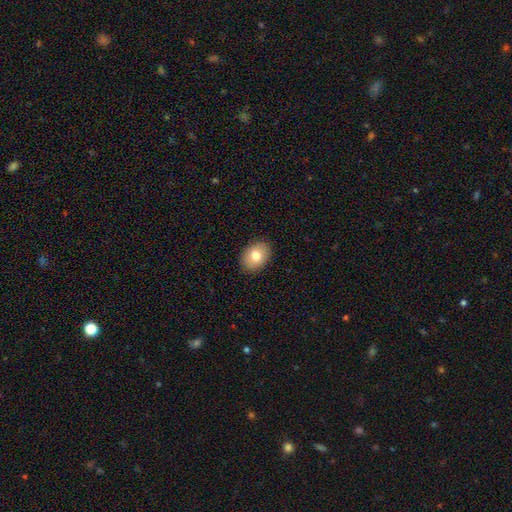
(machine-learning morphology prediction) smooth-or-featured: smooth: 78% | featured or disk: 14% | star or artifact: 8%
  how-rounded: in between: 70% | round: 29% | cigar-shaped: 1%
  merging: none: 90% | minor disturbance: 8% | major disturbance: 2% | merger: 1%